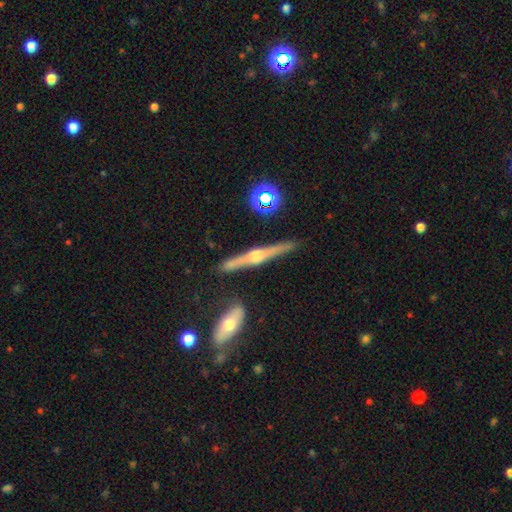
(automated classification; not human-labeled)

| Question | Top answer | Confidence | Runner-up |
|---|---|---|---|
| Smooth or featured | featured or disk | 80% | smooth (14%) |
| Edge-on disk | yes | 97% | no (3%) |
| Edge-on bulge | rounded | 90% | boxy (6%) |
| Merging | none | 81% | minor disturbance (11%) |